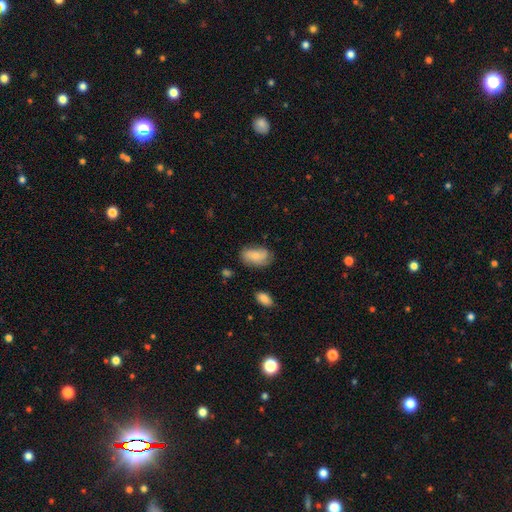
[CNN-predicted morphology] smooth_or_featured: smooth (p=0.70) [alt: featured or disk p=0.23]
how_rounded: in between (p=0.91) [alt: round p=0.06]
merging: none (p=0.67) [alt: minor disturbance p=0.25]